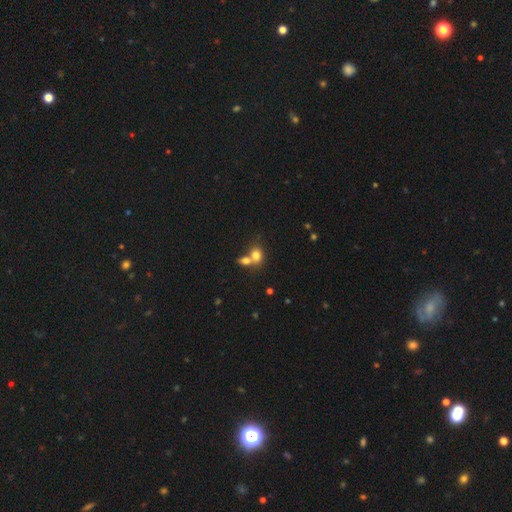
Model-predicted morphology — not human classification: Smooth or featured: smooth — 77% (featured or disk — 12%)
How rounded: round — 53% (in between — 46%)
Merging: merger — 55% (none — 33%)